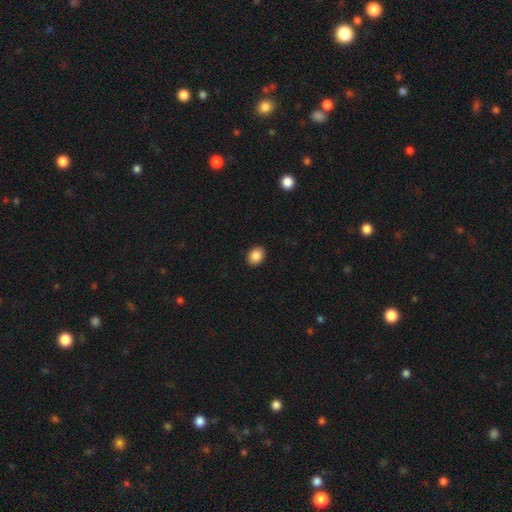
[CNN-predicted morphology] Overall: smooth (88%). How rounded: in between (63%; round 36%). Merging: none (91%).